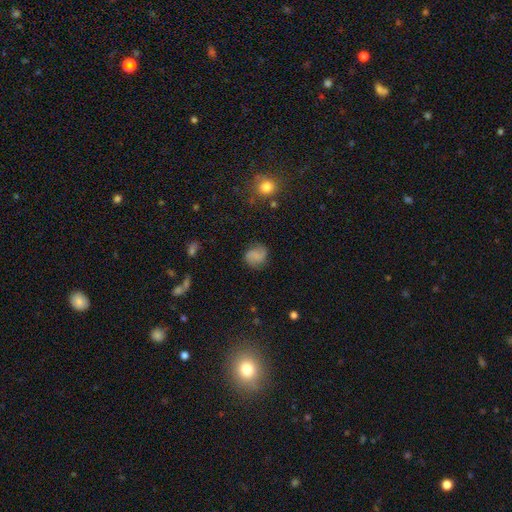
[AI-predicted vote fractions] Overall: smooth (48%; featured or disk 40%). Merging: none (71%).